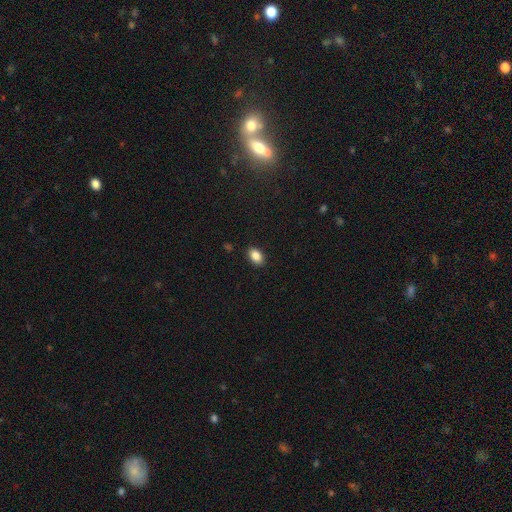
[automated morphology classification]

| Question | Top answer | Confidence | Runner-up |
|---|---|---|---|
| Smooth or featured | smooth | 87% | star or artifact (9%) |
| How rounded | in between | 87% | round (12%) |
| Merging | none | 88% | minor disturbance (9%) |